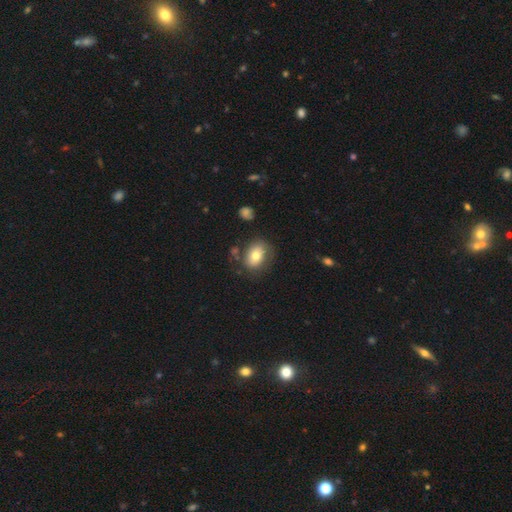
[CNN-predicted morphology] smooth-or-featured: smooth: 71% | featured or disk: 20% | star or artifact: 8%
  how-rounded: in between: 73% | round: 26% | cigar-shaped: 1%
  merging: none: 71% | minor disturbance: 17% | major disturbance: 7% | merger: 5%